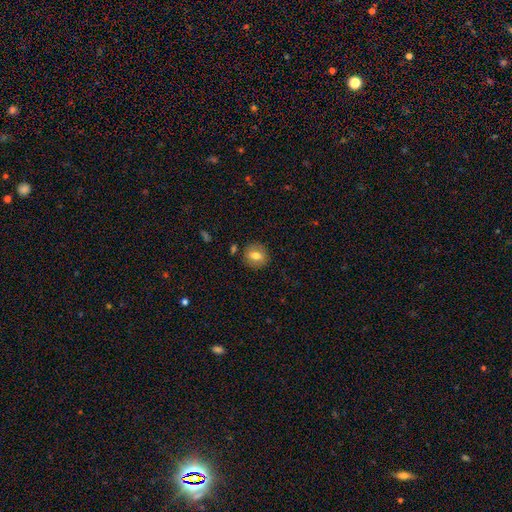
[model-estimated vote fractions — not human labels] A smooth galaxy with no disk features (72%) that is round (79%).

Vote fractions:
- Smooth or featured? smooth: 72% / featured or disk: 19% / star or artifact: 9%
- How rounded? round: 79% / in between: 19% / cigar-shaped: 1%
- Merging? none: 86% / minor disturbance: 9% / major disturbance: 2% / merger: 2%